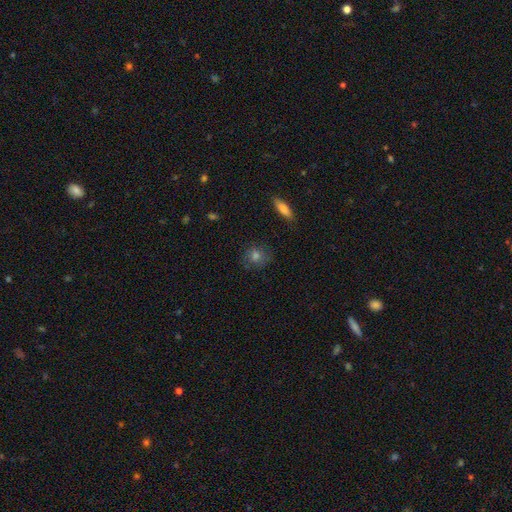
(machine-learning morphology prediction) This appears to be a smooth galaxy with no disk features (65%) that is round (76%). Merging: none (78%).